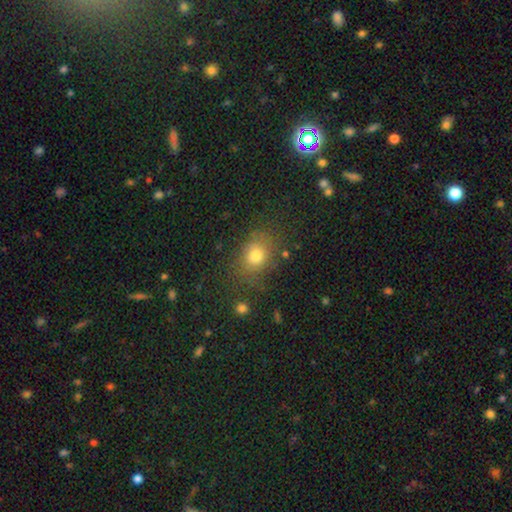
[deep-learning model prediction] This appears to be a smooth galaxy with no disk features (75%) that is in between round and cigar-shaped (51%). Merging: none (74%).